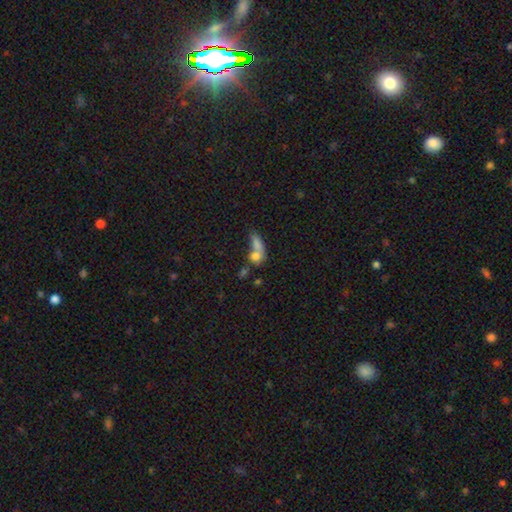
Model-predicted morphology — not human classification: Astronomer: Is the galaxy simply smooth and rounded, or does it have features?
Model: smooth — 72%.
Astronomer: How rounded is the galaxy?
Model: in between — 58%.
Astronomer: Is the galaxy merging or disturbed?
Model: merger — 62%.